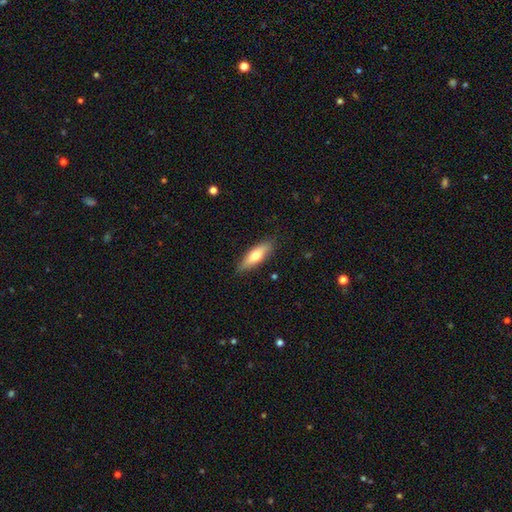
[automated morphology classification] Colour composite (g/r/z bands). It shows a smooth galaxy with no disk features (62%) that is in between round and cigar-shaped (51%). Merging: none (85%).